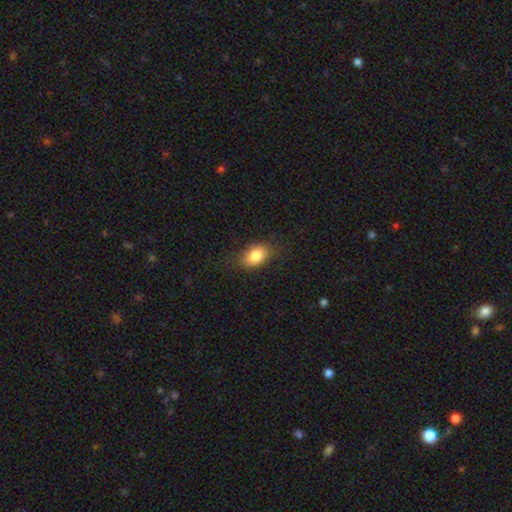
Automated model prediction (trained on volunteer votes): Q: Smooth or featured?
A: smooth (85%); runner-up: star or artifact (8%)
Q: How rounded?
A: in between (84%); runner-up: round (14%)
Q: Merging?
A: none (79%); runner-up: minor disturbance (15%)